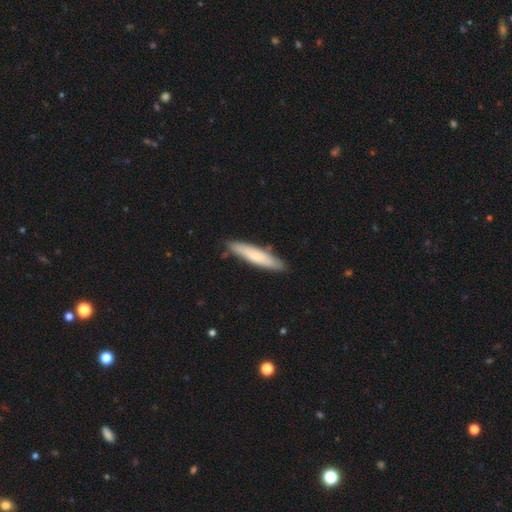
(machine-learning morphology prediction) Smooth or featured? smooth (68%)
How rounded? cigar-shaped (87%)
Merging? none (84%)